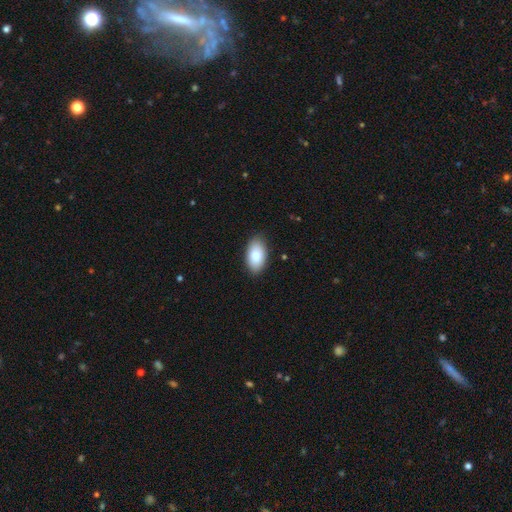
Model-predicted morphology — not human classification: This appears to be a smooth galaxy with no disk features (80%) that is in between round and cigar-shaped (94%). Merging: none (87%).